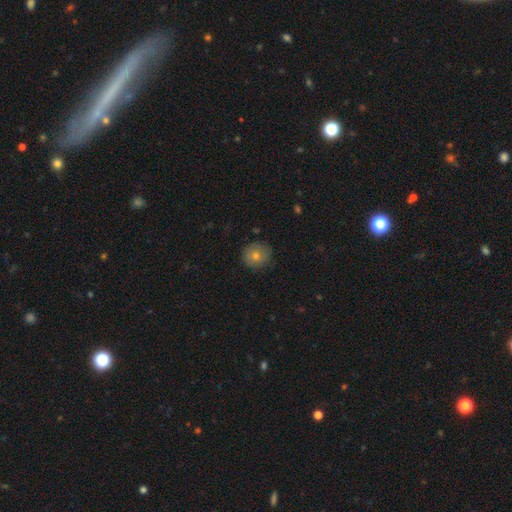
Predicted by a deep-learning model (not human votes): smooth-or-featured: smooth: 66% | featured or disk: 21% | star or artifact: 12%
  how-rounded: round: 89% | in between: 10% | cigar-shaped: 1%
  merging: none: 84% | minor disturbance: 12% | major disturbance: 3% | merger: 1%